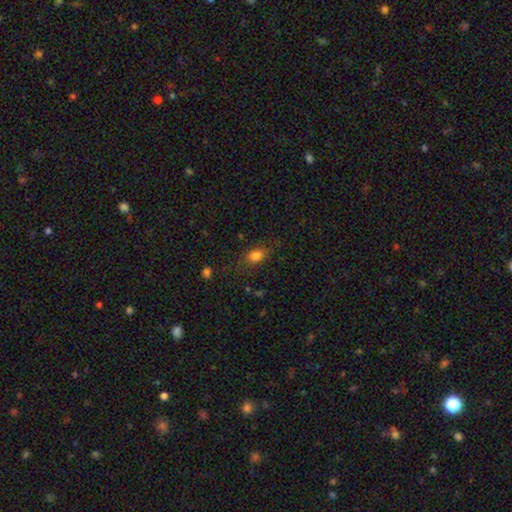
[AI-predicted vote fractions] The model was most divided on "merging": none: 73%, minor disturbance: 18%, major disturbance: 7%, merger: 2%. More confident: smooth or featured — smooth (80%); how rounded — in between (76%).